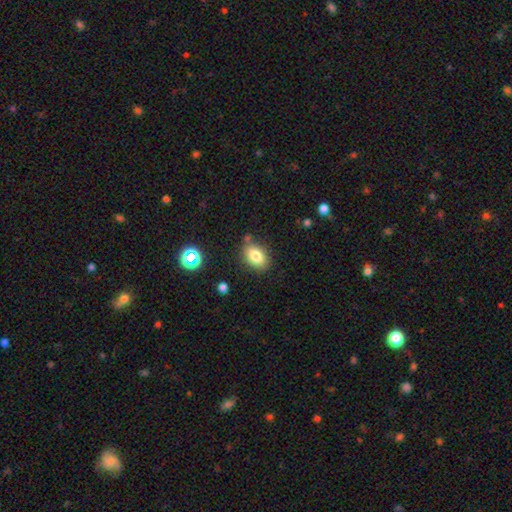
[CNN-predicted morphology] Q: Smooth or featured?
A: smooth (80%); runner-up: star or artifact (10%)
Q: How rounded?
A: in between (80%); runner-up: round (19%)
Q: Merging?
A: none (78%); runner-up: minor disturbance (14%)